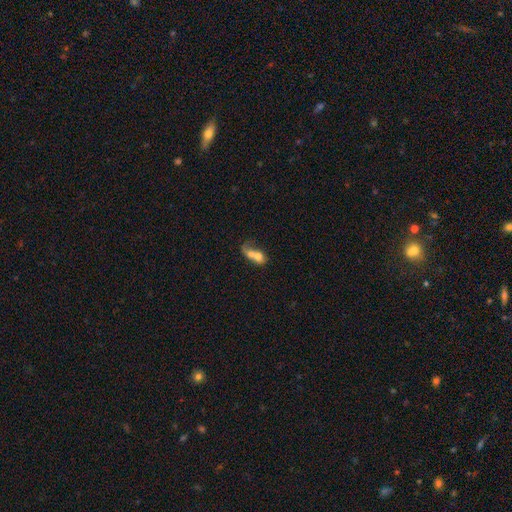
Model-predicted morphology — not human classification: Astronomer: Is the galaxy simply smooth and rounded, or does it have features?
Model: smooth — 63%.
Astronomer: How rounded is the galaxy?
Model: in between — 64%.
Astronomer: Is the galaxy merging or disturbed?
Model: merger — 69%.